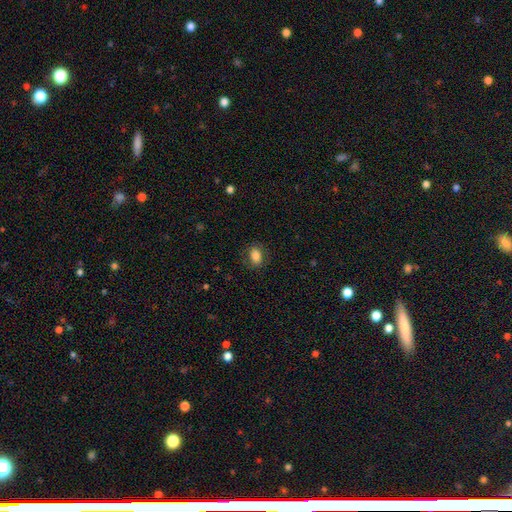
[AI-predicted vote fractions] Smooth or featured? smooth (81%)
How rounded? in between (80%)
Merging? none (81%)